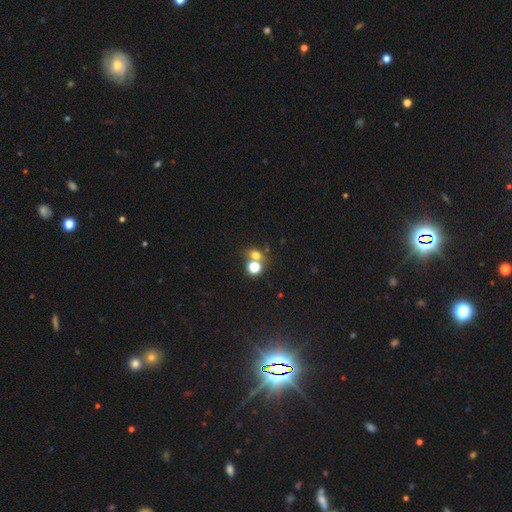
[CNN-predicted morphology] This is likely a smooth galaxy (65%). How rounded: likely round (64%). Merging: possibly none (48%).